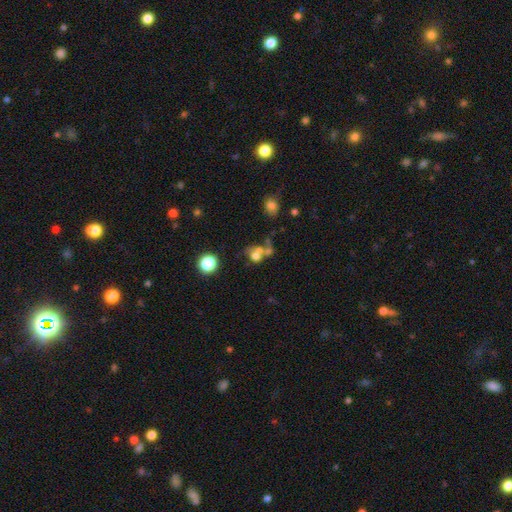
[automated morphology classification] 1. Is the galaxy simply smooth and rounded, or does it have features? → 62% smooth, 21% featured or disk, 17% star or artifact.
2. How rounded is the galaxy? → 70% round, 29% in between, 1% cigar-shaped.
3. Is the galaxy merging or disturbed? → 50% merger, 29% none, 10% major disturbance, 10% minor disturbance.